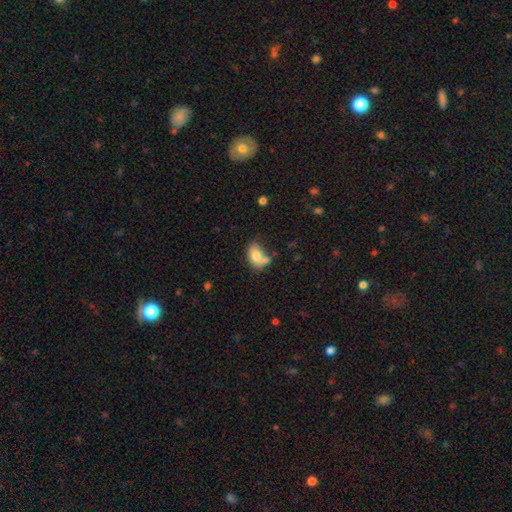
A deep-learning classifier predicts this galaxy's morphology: smooth 75%, featured or disk 17%, star or artifact 8%. Down the decision tree: how rounded — in between (81%); merging — none (43%).